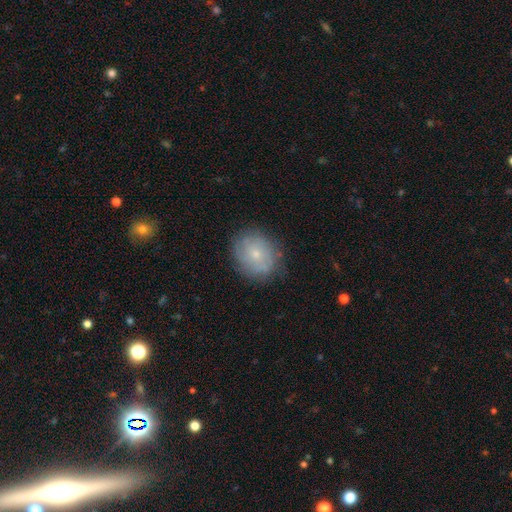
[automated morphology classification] Overall: smooth (51%; featured or disk 40%). How rounded: round (65%; in between 34%). Merging: none (78%).